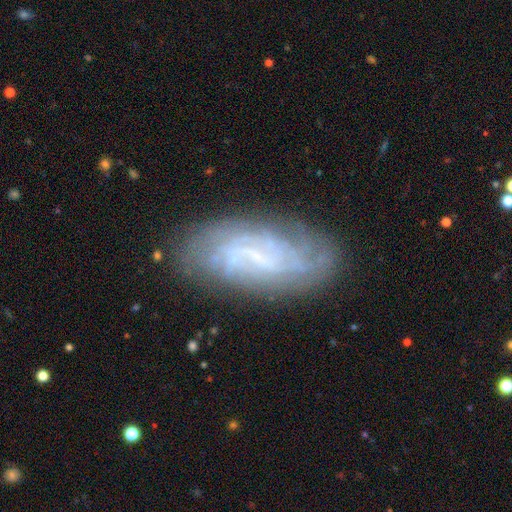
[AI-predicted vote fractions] featured or disk 72%, smooth 20%, star or artifact 9%. Down the decision tree: edge-on disk — no (91%); bar — weak (45%); spiral arms — yes (83%); spiral arm count — can't tell (53%); spiral winding — tight (52%); bulge size — small (46%); merging — none (75%).